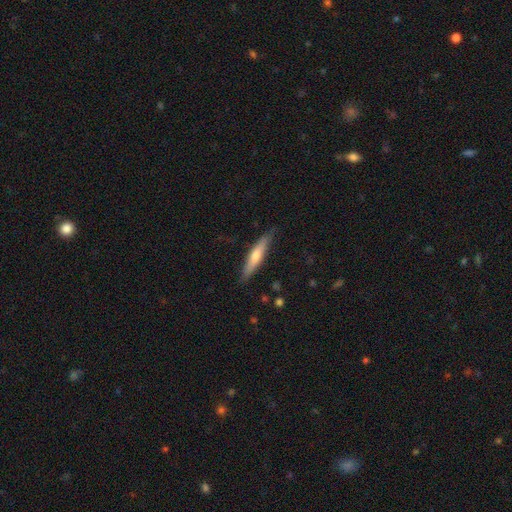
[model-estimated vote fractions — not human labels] Smooth or featured? smooth (54%)
How rounded? cigar-shaped (87%)
Merging? none (84%)